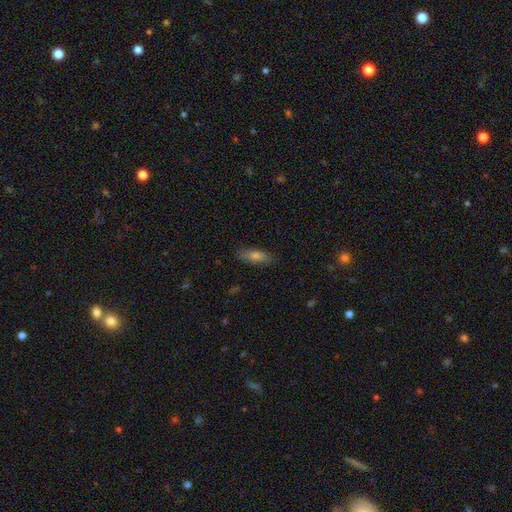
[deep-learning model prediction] Smooth or featured?
  - smooth: 69% *
  - featured or disk: 22%
  - star or artifact: 9%
How rounded?
  - in between: 58% *
  - cigar-shaped: 39%
  - round: 3%
Merging?
  - none: 86% *
  - minor disturbance: 11%
  - major disturbance: 2%
  - merger: 1%